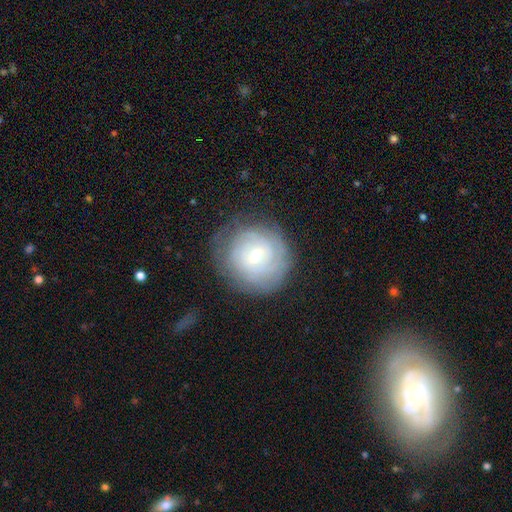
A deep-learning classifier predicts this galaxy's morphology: smooth_or_featured: featured or disk (p=0.64) [alt: smooth p=0.27]
disk_edge_on: no (p=0.97) [alt: yes p=0.03]
bar: no (p=0.76) [alt: weak p=0.20]
has_spiral_arms: yes (p=0.79) [alt: no p=0.21]
bulge_size: moderate (p=0.50) [alt: small p=0.46]
merging: none (p=0.76) [alt: minor disturbance p=0.16]